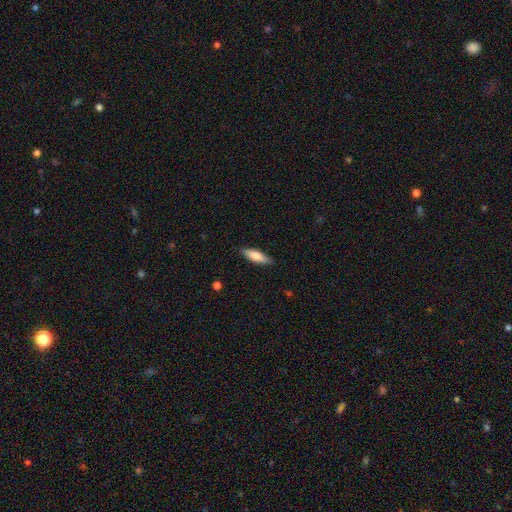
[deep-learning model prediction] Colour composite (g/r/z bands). It shows a smooth galaxy with no disk features (72%) that is in between round and cigar-shaped (50%). Merging: none (87%).